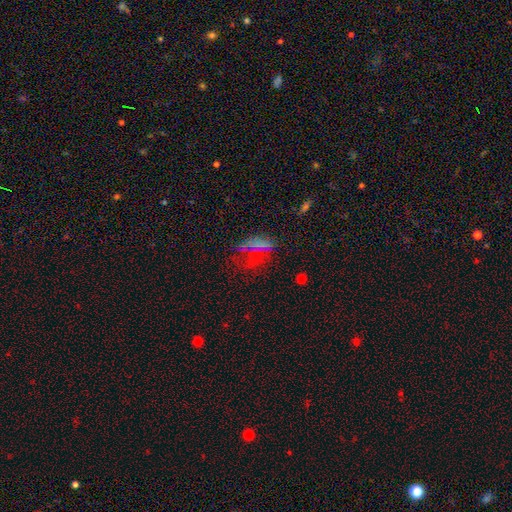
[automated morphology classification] The model was most divided on "merging": major disturbance: 42%, none: 34%, minor disturbance: 18%, merger: 7%. Remaining: smooth or featured — smooth (41%).